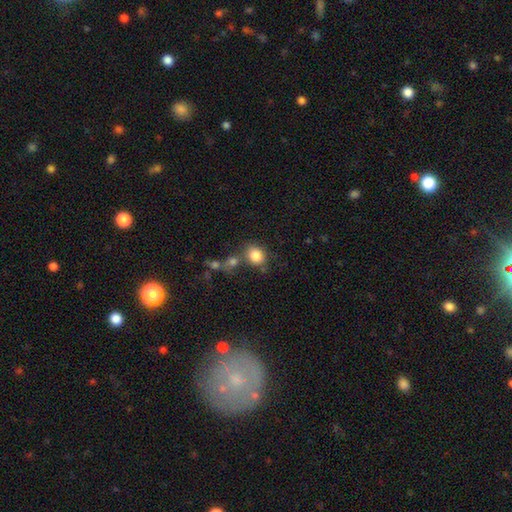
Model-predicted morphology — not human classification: type=smooth (83%); roundness=round (57%); merging=none (60%).